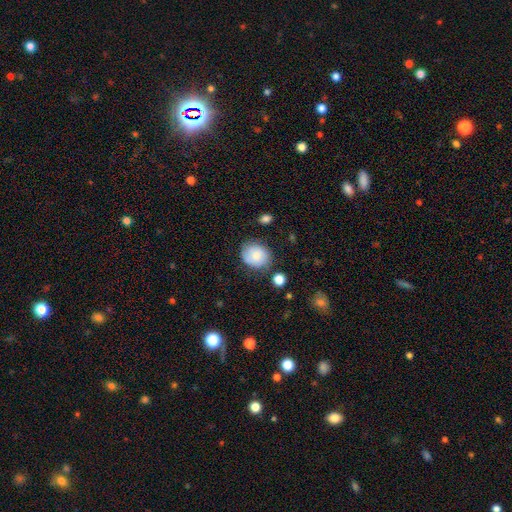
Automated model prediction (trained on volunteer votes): This is likely a smooth galaxy (76%). How rounded: likely round (68%). Merging: likely none (72%).